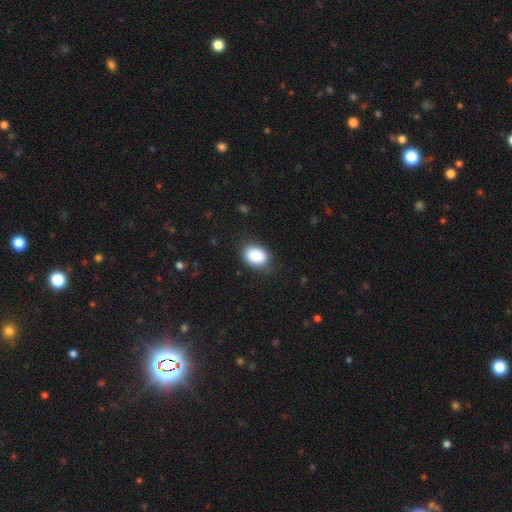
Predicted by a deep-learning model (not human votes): Morphology: type=smooth (89%); roundness=in between (71%); merging=none (84%).